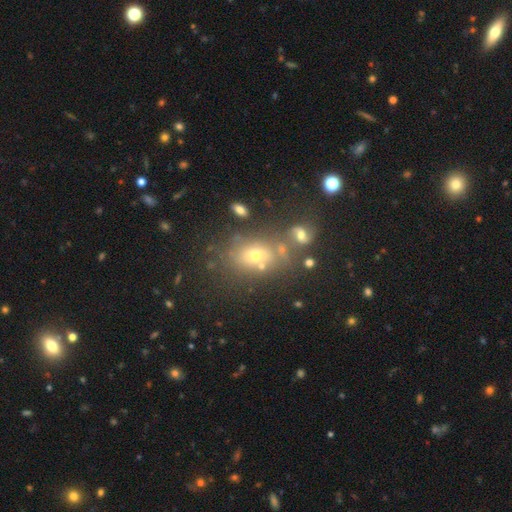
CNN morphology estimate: Smooth or featured?
  - smooth: 59% *
  - star or artifact: 21%
  - featured or disk: 20%
How rounded?
  - in between: 66% *
  - round: 31%
  - cigar-shaped: 3%
Merging?
  - none: 58% *
  - merger: 21%
  - minor disturbance: 14%
  - major disturbance: 7%